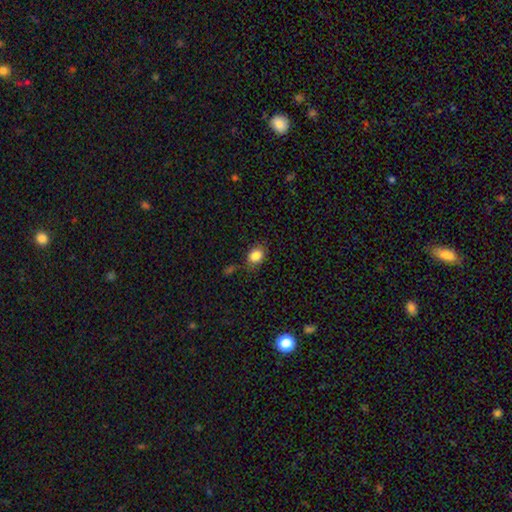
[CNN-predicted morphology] type=smooth (84%); roundness=in between (57%); merging=none (74%).